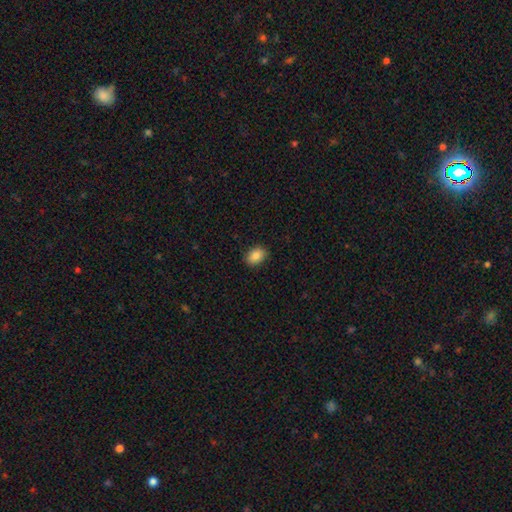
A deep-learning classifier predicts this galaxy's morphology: Q: Smooth or featured?
A: smooth (86%); runner-up: star or artifact (8%)
Q: How rounded?
A: in between (73%); runner-up: round (26%)
Q: Merging?
A: none (88%); runner-up: minor disturbance (9%)